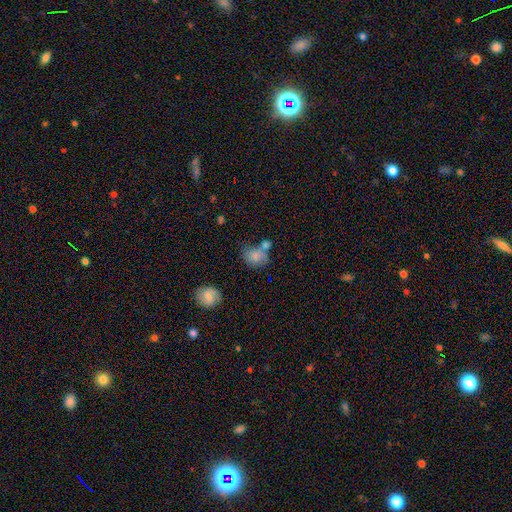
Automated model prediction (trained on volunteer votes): Q: Smooth or featured?
A: smooth (78%); runner-up: featured or disk (13%)
Q: How rounded?
A: in between (54%); runner-up: round (45%)
Q: Merging?
A: none (45%); runner-up: merger (28%)